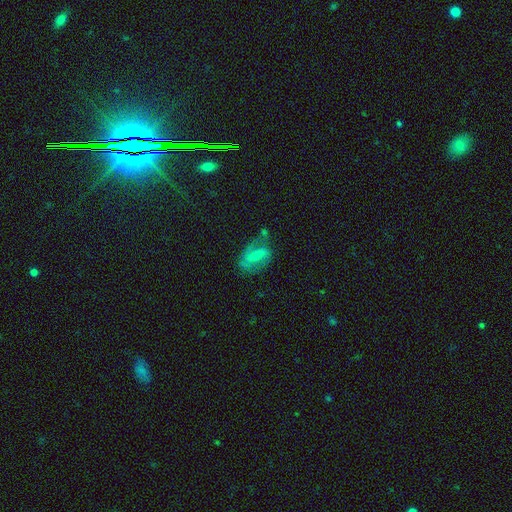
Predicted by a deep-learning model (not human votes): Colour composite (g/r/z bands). It shows a featured or disk galaxy (62%) with a weak bar (42%), spiral arms (78%) and a small central bulge (50%). Merging: none (50%).